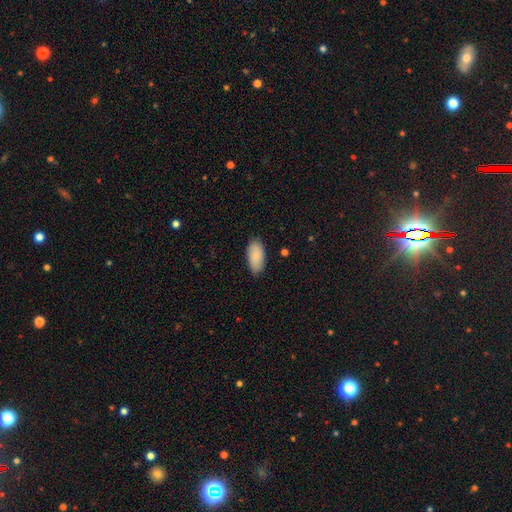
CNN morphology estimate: Overall: smooth (88%). How rounded: in between (93%). Merging: none (84%).